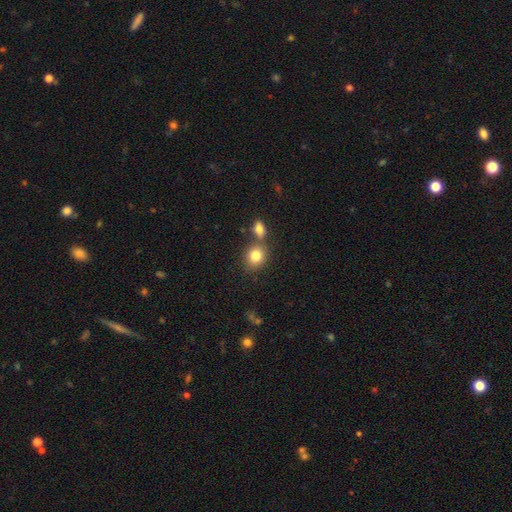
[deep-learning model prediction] smooth_or_featured: smooth (p=0.82) [alt: star or artifact p=0.10]
how_rounded: round (p=0.68) [alt: in between p=0.31]
merging: none (p=0.56) [alt: merger p=0.30]